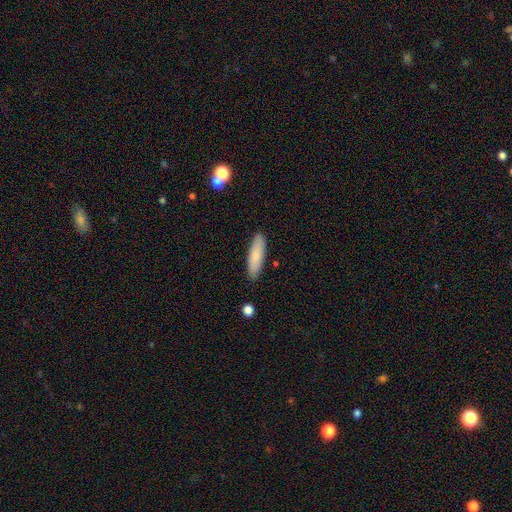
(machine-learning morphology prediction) Smooth or featured? Predicted: smooth (p=0.80). How rounded? Predicted: cigar-shaped (p=0.61). Merging? Predicted: none (p=0.87).